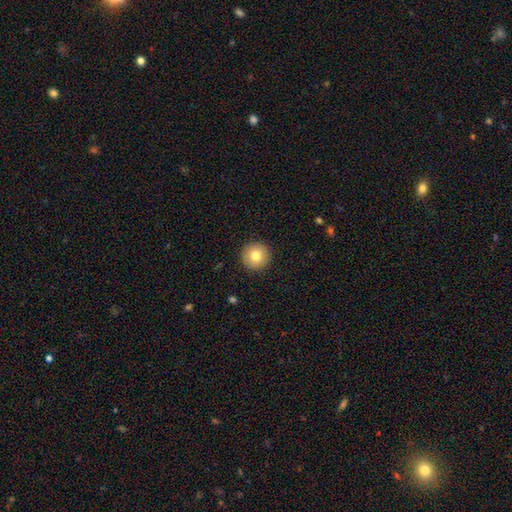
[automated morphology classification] Smooth or featured? smooth (80%)
How rounded? round (95%)
Merging? none (92%)